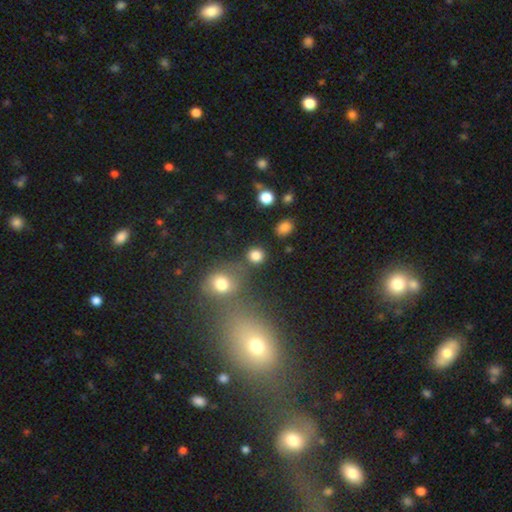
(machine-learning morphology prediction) smooth_or_featured: smooth (p=0.82) [alt: star or artifact p=0.13]
how_rounded: round (p=0.82) [alt: in between p=0.17]
merging: none (p=0.78) [alt: minor disturbance p=0.10]